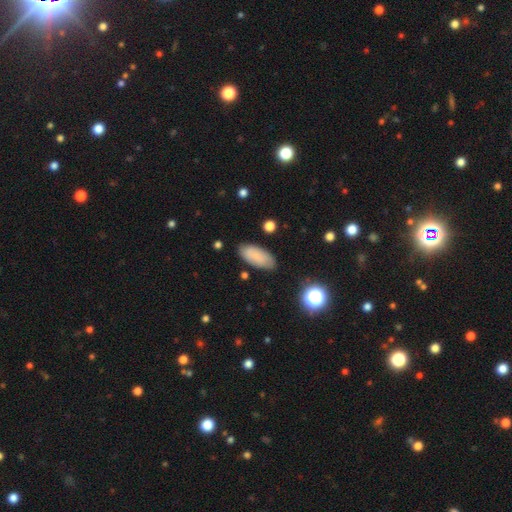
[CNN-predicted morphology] A smooth galaxy with no disk features (81%) that is in between round and cigar-shaped (87%). Merging: none (83%).